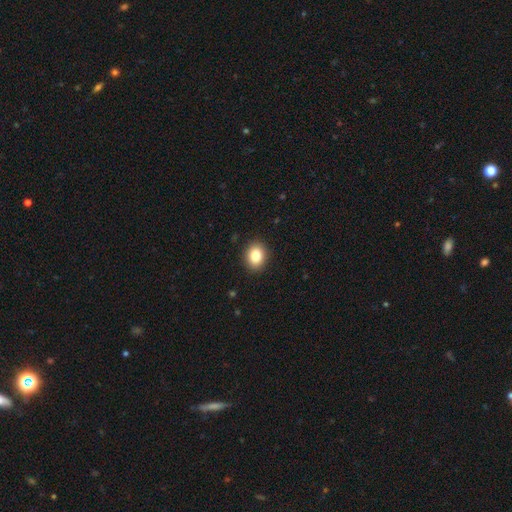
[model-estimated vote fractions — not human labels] smooth-or-featured: smooth: 85% | star or artifact: 9% | featured or disk: 6%
  how-rounded: in between: 51% | round: 48% | cigar-shaped: 1%
  merging: none: 90% | minor disturbance: 7% | major disturbance: 2% | merger: 1%